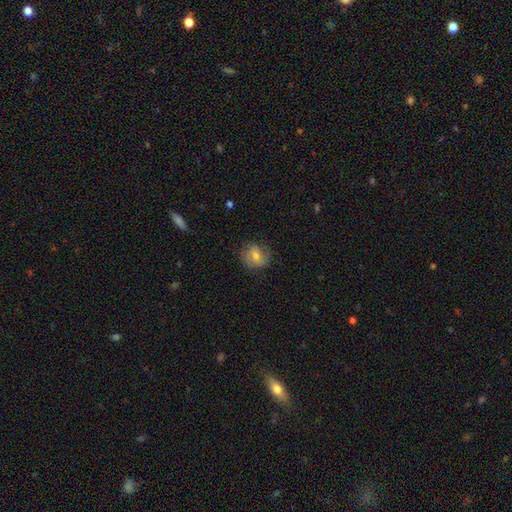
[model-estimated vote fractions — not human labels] This is possibly a smooth galaxy (54%). How rounded: likely round (72%). Merging: likely none (74%).